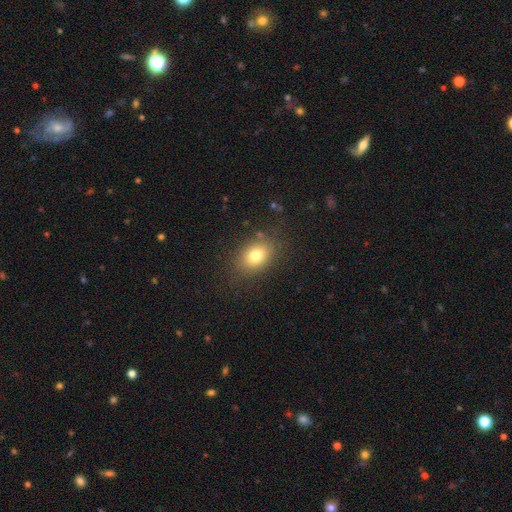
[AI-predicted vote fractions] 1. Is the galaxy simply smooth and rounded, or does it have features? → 77% smooth, 12% star or artifact, 11% featured or disk.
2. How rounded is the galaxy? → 69% in between, 30% round, 1% cigar-shaped.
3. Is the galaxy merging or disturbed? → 82% none, 12% minor disturbance, 5% major disturbance, 2% merger.